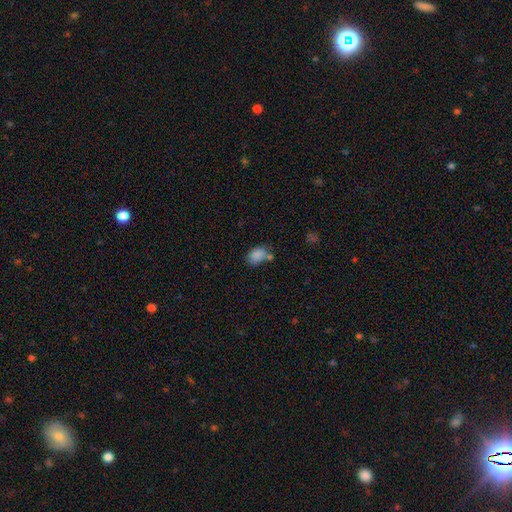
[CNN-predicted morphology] Smooth or featured?
  - smooth: 85% *
  - star or artifact: 9%
  - featured or disk: 6%
How rounded?
  - in between: 79% *
  - round: 20%
  - cigar-shaped: 1%
Merging?
  - none: 56% *
  - minor disturbance: 20%
  - merger: 18%
  - major disturbance: 6%